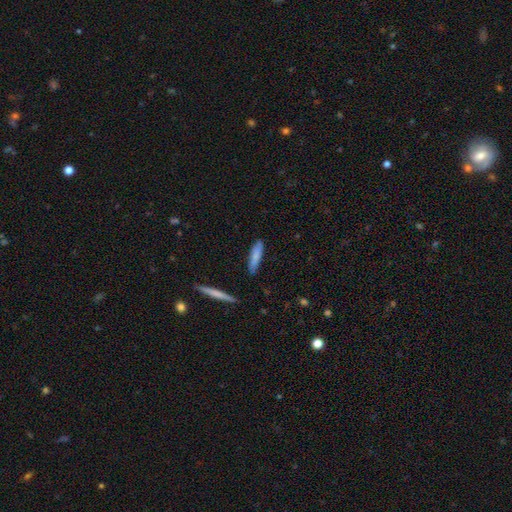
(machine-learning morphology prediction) Smooth or featured? Predicted: smooth (p=0.75). How rounded? Predicted: cigar-shaped (p=0.74). Merging? Predicted: none (p=0.83).